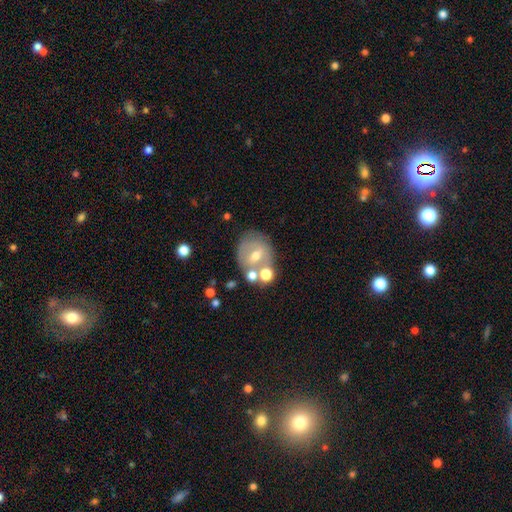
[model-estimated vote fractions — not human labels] Smooth or featured? featured or disk (47%)
Merging? none (54%)